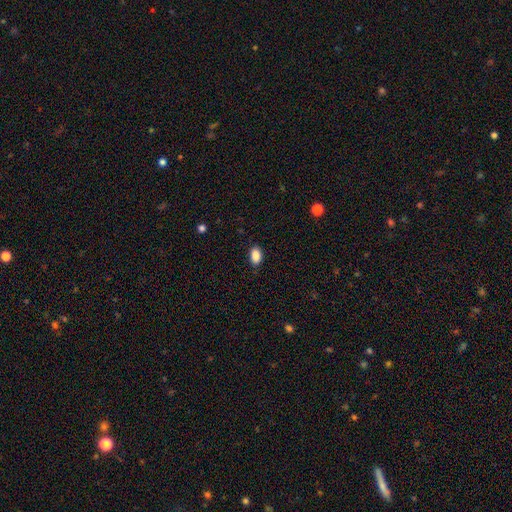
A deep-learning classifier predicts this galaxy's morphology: This appears to be a smooth galaxy with no disk features (89%) that is in between round and cigar-shaped (89%). Merging: none (86%).